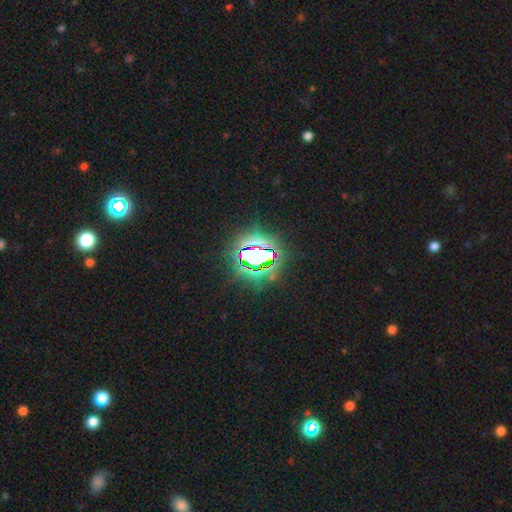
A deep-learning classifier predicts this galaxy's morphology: smooth_or_featured: star or artifact (p=0.73) [alt: smooth p=0.15]